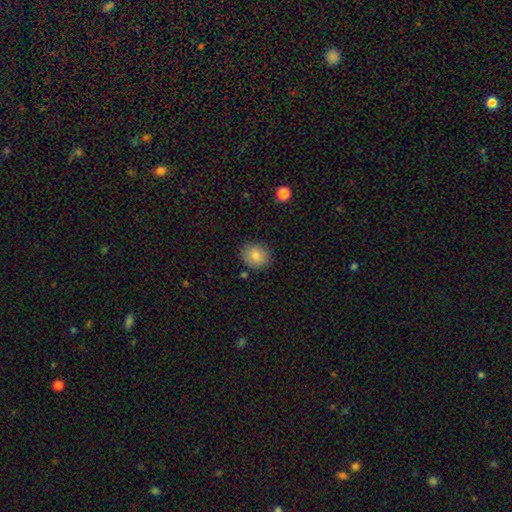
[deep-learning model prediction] This appears to be a smooth galaxy with no disk features (84%) that is round (74%). Merging: none (83%).